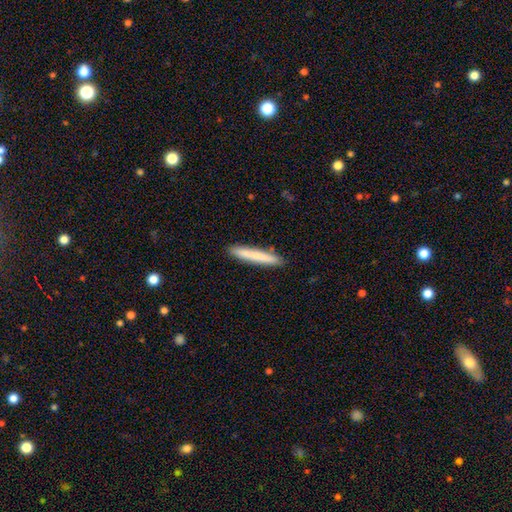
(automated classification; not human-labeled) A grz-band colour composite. It shows a smooth galaxy with no disk features (78%) that is cigar-shaped (95%). Merging: none (91%).